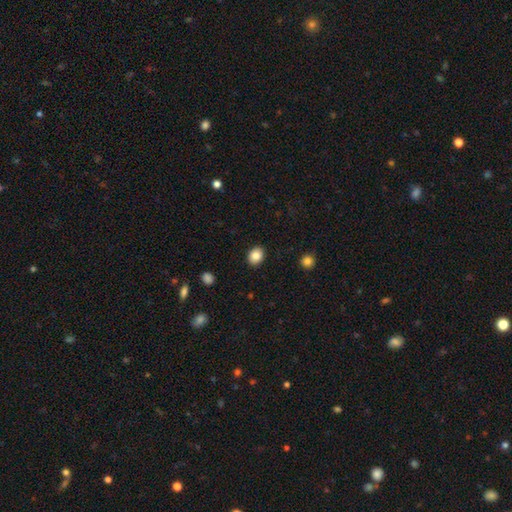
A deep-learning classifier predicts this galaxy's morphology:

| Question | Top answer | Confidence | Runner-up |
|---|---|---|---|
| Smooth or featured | smooth | 86% | star or artifact (9%) |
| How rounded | round | 52% | in between (47%) |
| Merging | none | 90% | minor disturbance (7%) |